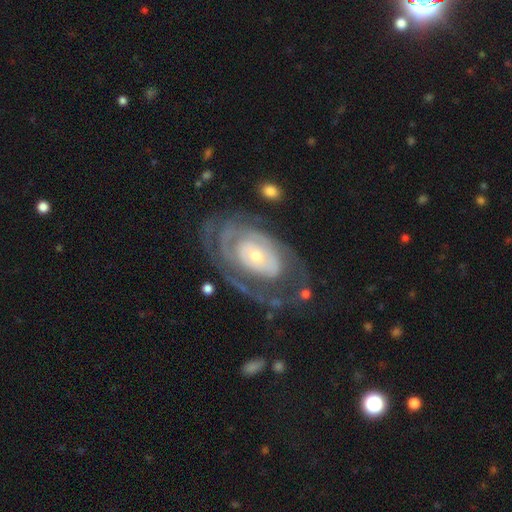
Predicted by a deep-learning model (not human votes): This appears to be a featured or disk galaxy (81%) with no bar (77%), tight (70%) spiral arms (75%) and a small central bulge (54%). Merging: none (57%).